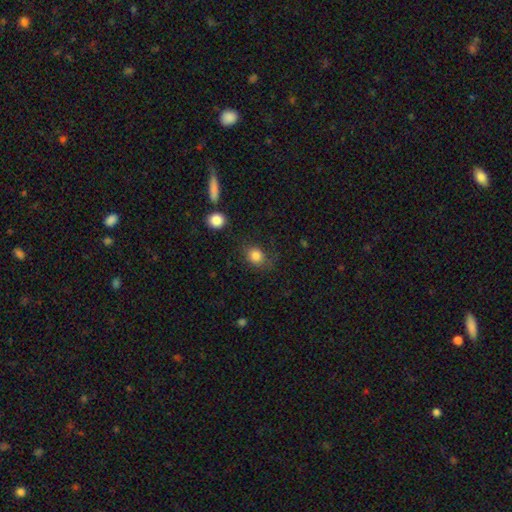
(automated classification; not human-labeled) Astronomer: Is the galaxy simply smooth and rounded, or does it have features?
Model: smooth — 84%.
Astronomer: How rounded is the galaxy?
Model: round — 69%.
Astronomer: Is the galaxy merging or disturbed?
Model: none — 72%.